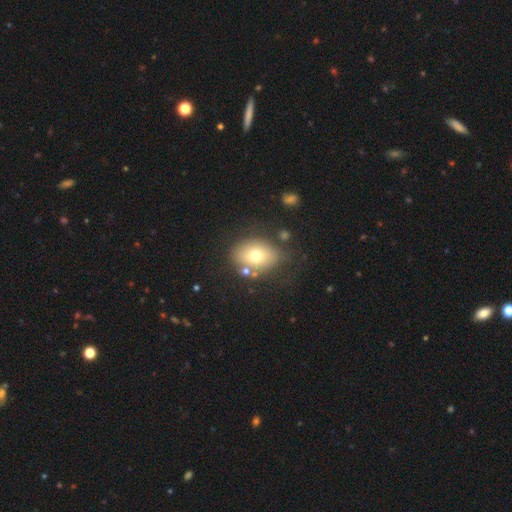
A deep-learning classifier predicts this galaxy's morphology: This is likely a smooth galaxy (69%). How rounded: possibly in between (60%). Merging: likely none (71%).